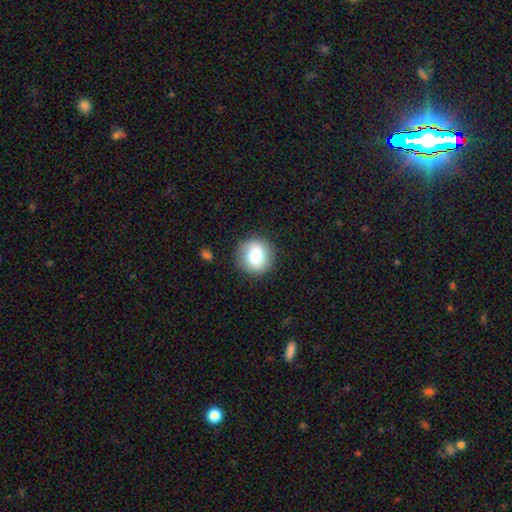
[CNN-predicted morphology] The model was most divided on "smooth or featured": smooth: 77%, featured or disk: 13%, star or artifact: 10%. More confident: how rounded — round (93%); merging — none (89%).